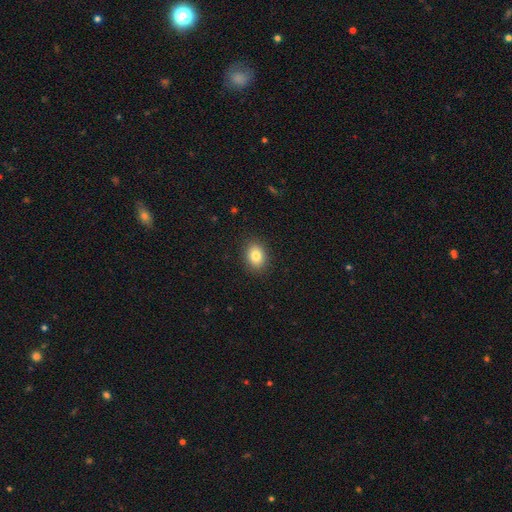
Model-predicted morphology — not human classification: A smooth galaxy with no disk features (83%) that is in between round and cigar-shaped (63%).

Vote fractions:
- Smooth or featured? smooth: 83% / star or artifact: 9% / featured or disk: 8%
- How rounded? in between: 63% / round: 36% / cigar-shaped: 1%
- Merging? none: 89% / minor disturbance: 8% / major disturbance: 2% / merger: 1%